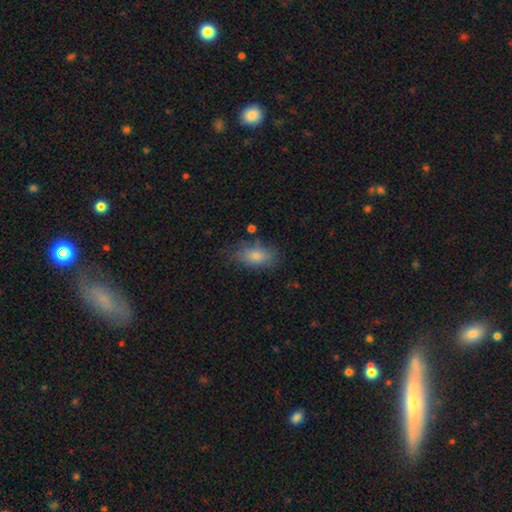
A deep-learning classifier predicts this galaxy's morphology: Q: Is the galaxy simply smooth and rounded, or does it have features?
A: smooth — 78%.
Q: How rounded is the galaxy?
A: in between — 88%.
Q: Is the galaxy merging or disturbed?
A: none — 66%.